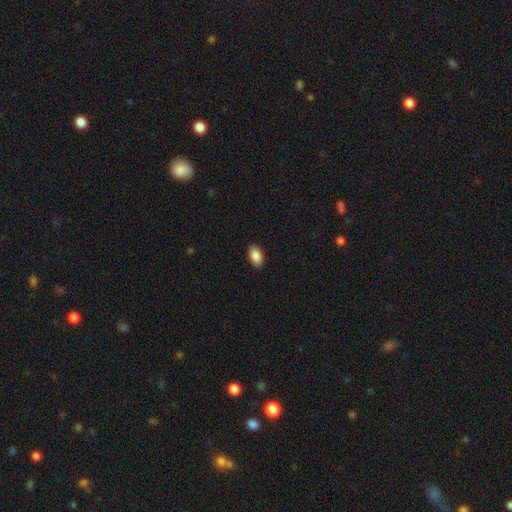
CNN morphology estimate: The model was most divided on "smooth or featured": smooth: 89%, star or artifact: 7%, featured or disk: 4%. More confident: how rounded — in between (92%); merging — none (90%).